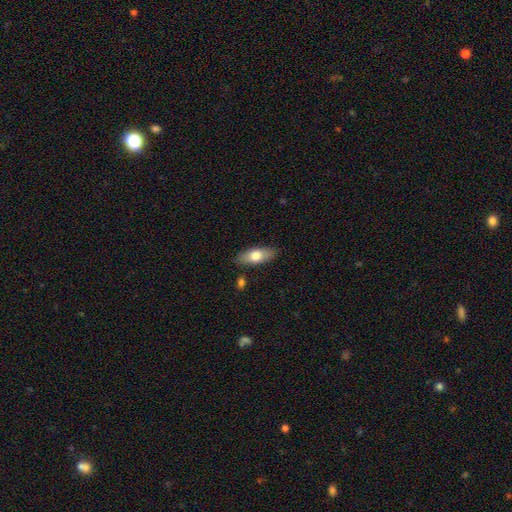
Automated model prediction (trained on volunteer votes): Morphology: type=smooth (69%); roundness=in between (75%); merging=none (84%).